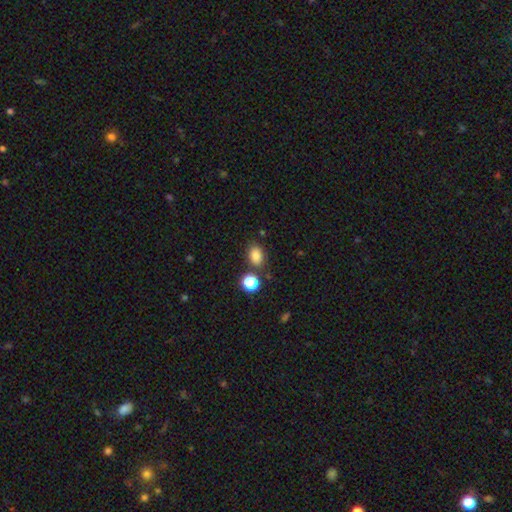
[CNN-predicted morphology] smooth_or_featured: smooth (p=0.81) [alt: star or artifact p=0.13]
how_rounded: in between (p=0.72) [alt: round p=0.27]
merging: none (p=0.76) [alt: minor disturbance p=0.12]